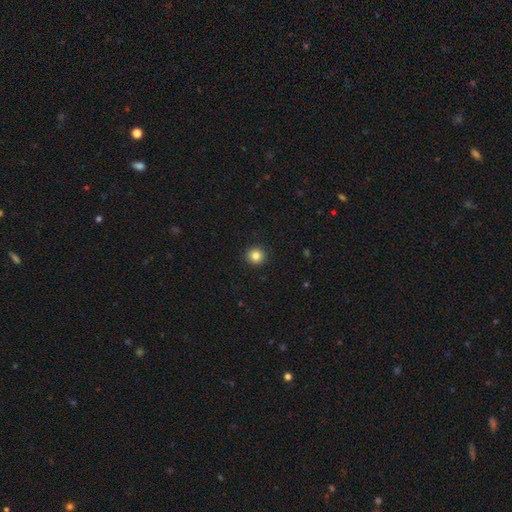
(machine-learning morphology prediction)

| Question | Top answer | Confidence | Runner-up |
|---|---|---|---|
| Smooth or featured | smooth | 83% | star or artifact (11%) |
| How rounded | round | 94% | in between (5%) |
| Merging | none | 93% | minor disturbance (4%) |